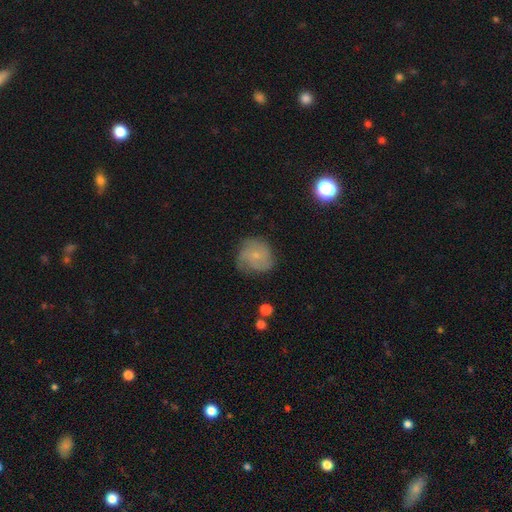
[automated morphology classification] featured or disk 55%, smooth 37%, star or artifact 8%. Down the decision tree: edge-on disk — no (98%); bar — no (79%); spiral arms — yes (87%); bulge size — small (74%); merging — none (67%).